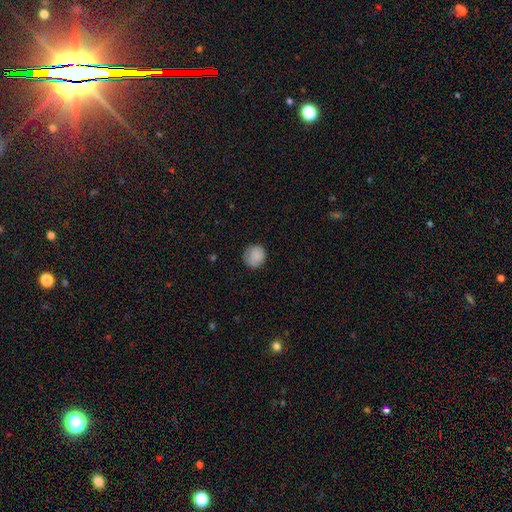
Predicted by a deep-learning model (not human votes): smooth 86%, star or artifact 8%, featured or disk 6%. Down the decision tree: how rounded — round (86%); merging — none (81%).